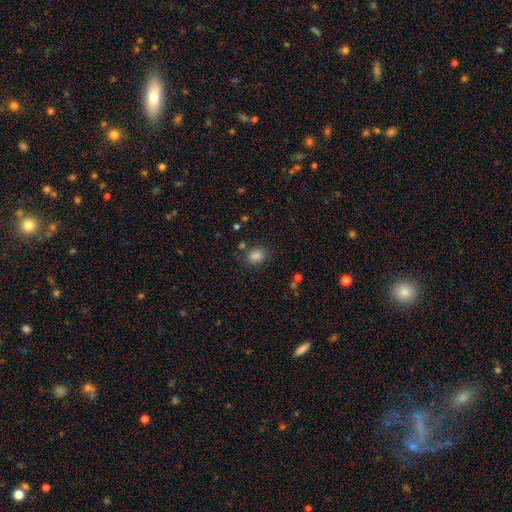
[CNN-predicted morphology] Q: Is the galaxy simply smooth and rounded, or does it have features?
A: smooth — 84%.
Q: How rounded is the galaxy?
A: round — 55%.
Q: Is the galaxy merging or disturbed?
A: none — 80%.